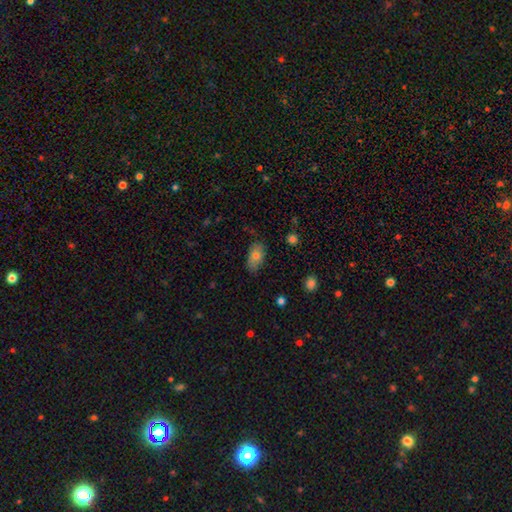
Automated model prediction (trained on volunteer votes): This appears to be a smooth galaxy with no disk features (77%) that is in between round and cigar-shaped (91%). Merging: none (75%).